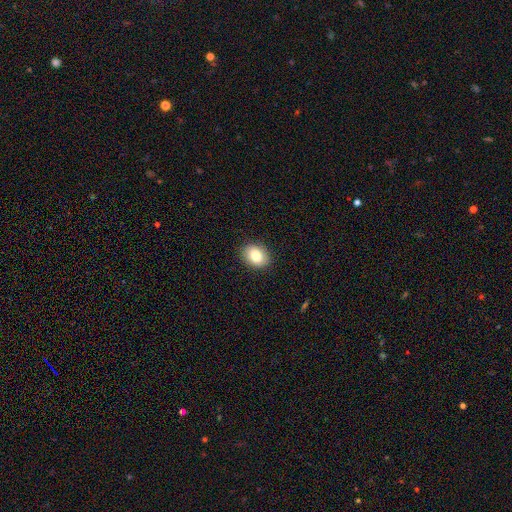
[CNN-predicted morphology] Smooth or featured? smooth (84%)
How rounded? in between (63%)
Merging? none (89%)